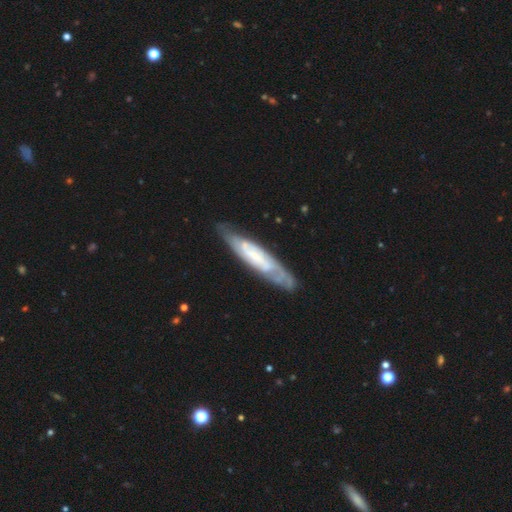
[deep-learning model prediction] smooth_or_featured: featured or disk (p=0.67) [alt: smooth p=0.26]
disk_edge_on: no (p=0.54) [alt: yes p=0.46]
merging: none (p=0.77) [alt: minor disturbance p=0.17]